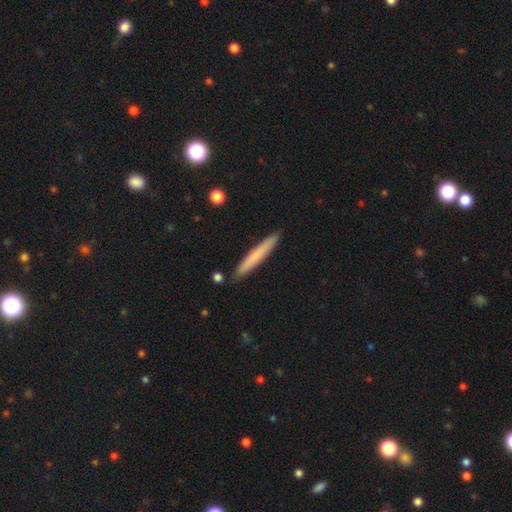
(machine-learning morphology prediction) type=smooth (71%); roundness=cigar-shaped (96%); merging=none (89%).